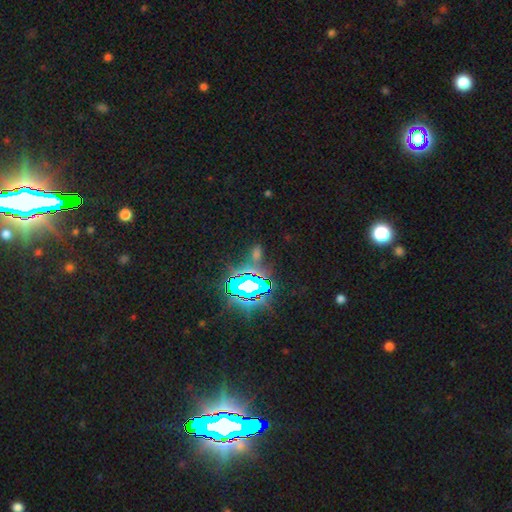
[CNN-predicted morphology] This appears to be a star or artifact, not a galaxy (70%).